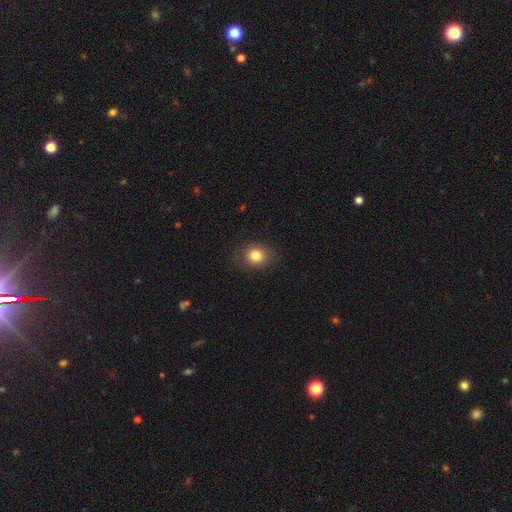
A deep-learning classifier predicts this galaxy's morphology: This appears to be a smooth galaxy with no disk features (82%) that is round (68%). Merging: none (86%).